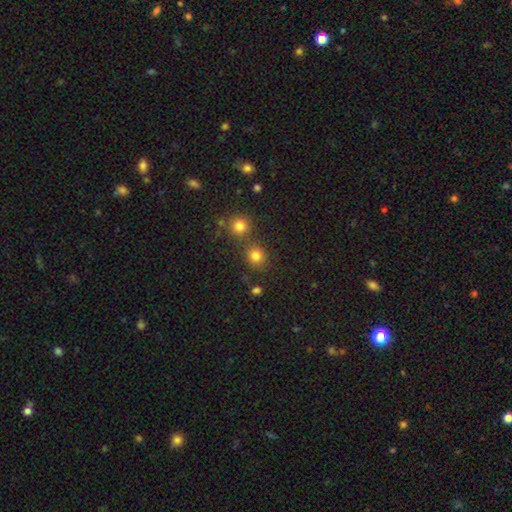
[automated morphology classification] smooth_or_featured: smooth (p=0.80) [alt: star or artifact p=0.14]
how_rounded: round (p=0.84) [alt: in between p=0.15]
merging: none (p=0.69) [alt: merger p=0.18]